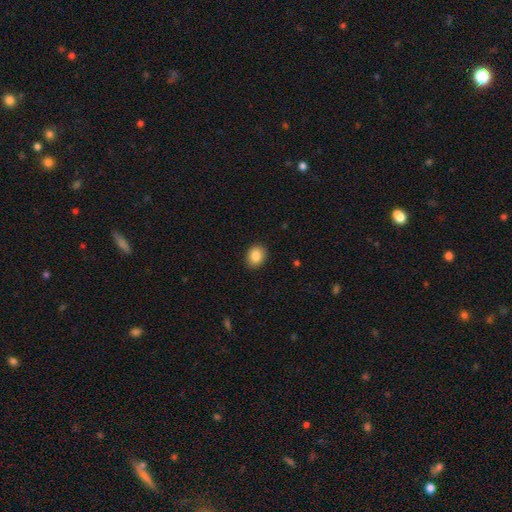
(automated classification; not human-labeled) This appears to be a smooth galaxy with no disk features (86%) that is in between round and cigar-shaped (53%). Merging: none (90%).